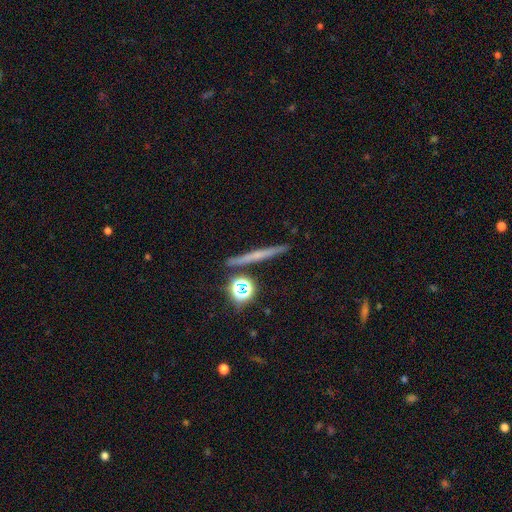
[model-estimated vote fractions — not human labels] smooth-or-featured: featured or disk: 52% | smooth: 35% | star or artifact: 13%
  disk-edge-on: yes: 95% | no: 5%
  merging: none: 86% | minor disturbance: 7% | merger: 4% | major disturbance: 2%